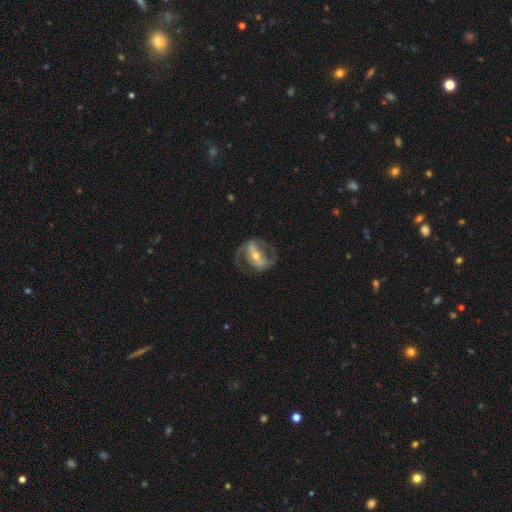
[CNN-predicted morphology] A featured or disk galaxy (84%) with a strong bar (60%), 2 (87%) medium (50%) spiral arms (84%) and a moderate central bulge (53%). Merging: none (69%).